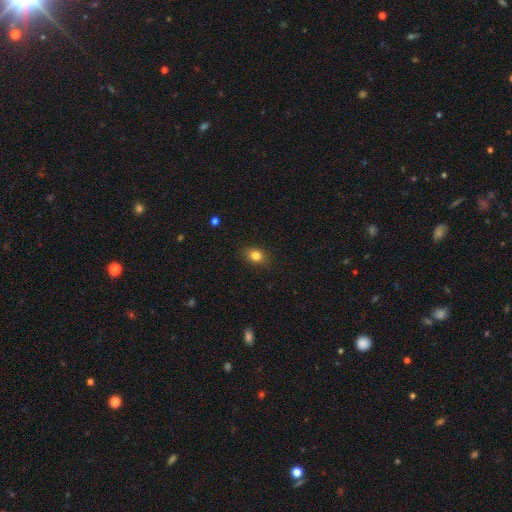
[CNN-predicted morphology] smooth 83%, star or artifact 10%, featured or disk 6%. Down the decision tree: how rounded — in between (61%); merging — none (87%).